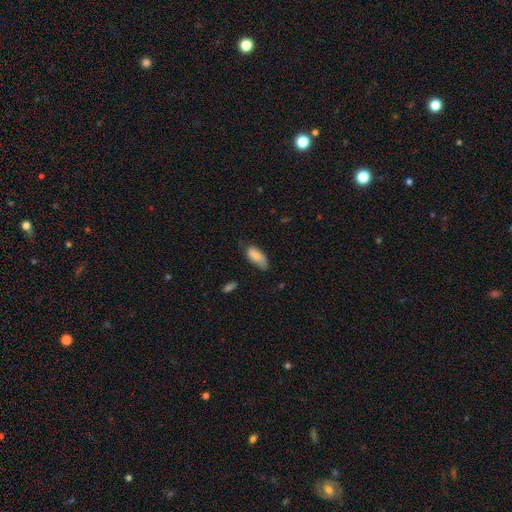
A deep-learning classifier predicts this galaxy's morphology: smooth-or-featured: smooth: 83% | featured or disk: 11% | star or artifact: 7%
  how-rounded: in between: 86% | cigar-shaped: 12% | round: 2%
  merging: none: 53% | minor disturbance: 36% | major disturbance: 9% | merger: 2%